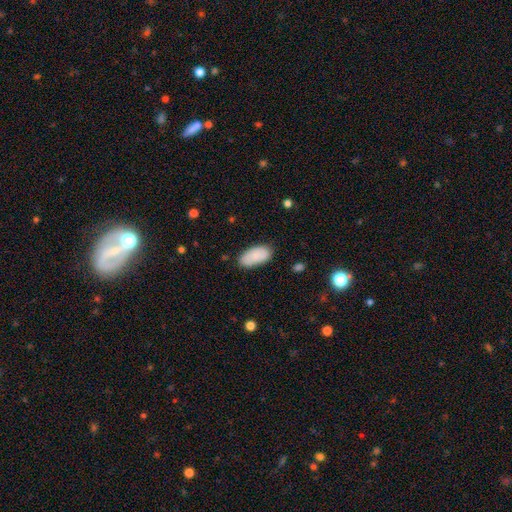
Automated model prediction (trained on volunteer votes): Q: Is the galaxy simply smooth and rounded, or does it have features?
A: smooth — 82%.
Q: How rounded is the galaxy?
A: in between — 94%.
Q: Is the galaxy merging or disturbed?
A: none — 80%.